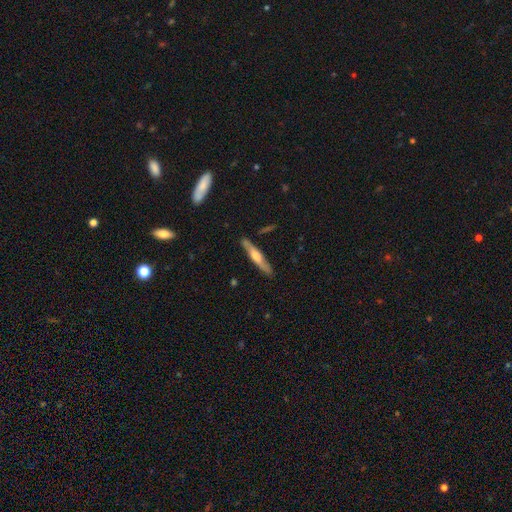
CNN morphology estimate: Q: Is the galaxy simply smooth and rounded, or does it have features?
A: featured or disk — 57%.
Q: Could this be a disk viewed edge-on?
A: yes — 90%.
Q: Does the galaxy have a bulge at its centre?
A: rounded — 76%.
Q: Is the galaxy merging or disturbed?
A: none — 85%.